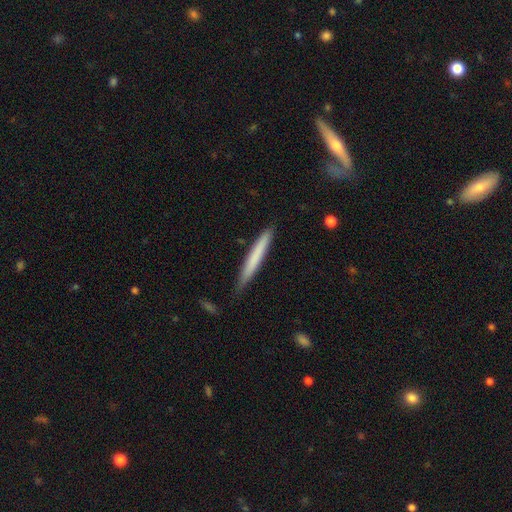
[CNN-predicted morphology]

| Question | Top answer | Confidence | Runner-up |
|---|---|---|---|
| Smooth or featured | smooth | 67% | featured or disk (28%) |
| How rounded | cigar-shaped | 97% | in between (2%) |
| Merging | none | 85% | minor disturbance (12%) |